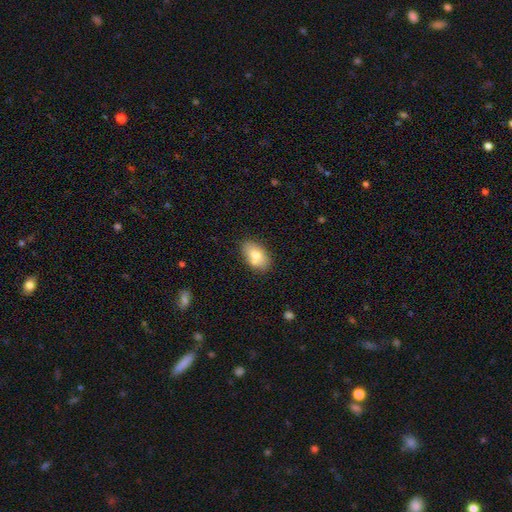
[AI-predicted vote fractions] A smooth galaxy with no disk features (75%) that is in between round and cigar-shaped (91%). Merging: none (69%).